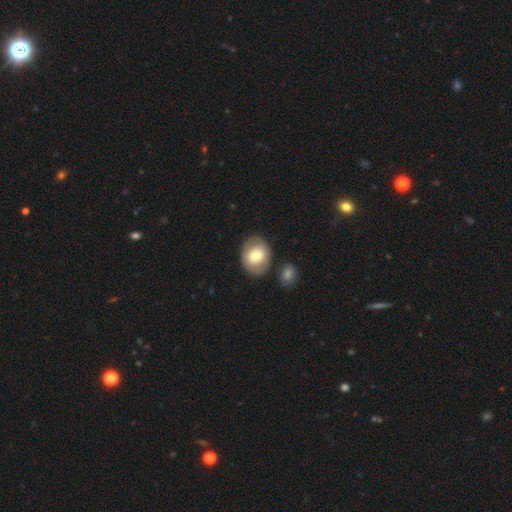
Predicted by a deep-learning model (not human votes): Smooth or featured?
  - smooth: 69% *
  - featured or disk: 25%
  - star or artifact: 6%
How rounded?
  - in between: 52% *
  - round: 47%
  - cigar-shaped: 1%
Merging?
  - none: 76% *
  - minor disturbance: 13%
  - merger: 7%
  - major disturbance: 4%